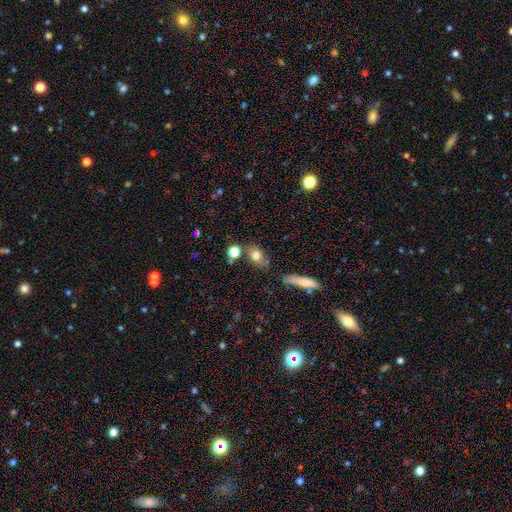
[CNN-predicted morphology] Smooth or featured? Predicted: smooth (p=0.76). How rounded? Predicted: in between (p=0.57). Merging? Predicted: none (p=0.64).